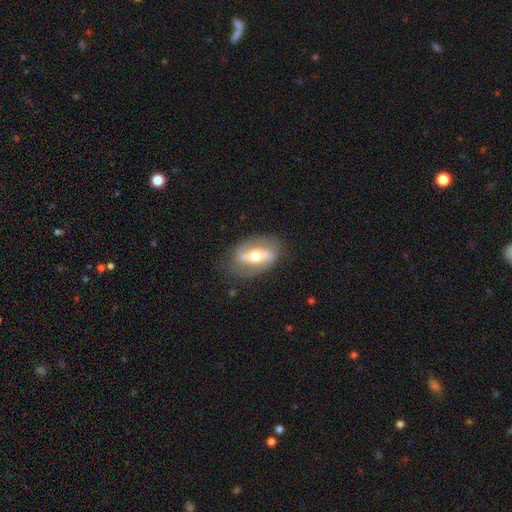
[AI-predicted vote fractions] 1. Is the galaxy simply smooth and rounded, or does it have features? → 70% featured or disk, 24% smooth, 6% star or artifact.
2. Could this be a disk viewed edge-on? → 86% no, 14% yes.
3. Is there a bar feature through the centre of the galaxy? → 57% strong, 25% weak, 18% no.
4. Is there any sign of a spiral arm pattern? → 62% yes, 38% no.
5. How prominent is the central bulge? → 70% moderate, 15% small, 12% large, 1% dominant, 1% none.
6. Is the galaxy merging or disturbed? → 77% none, 15% minor disturbance, 6% major disturbance, 1% merger.